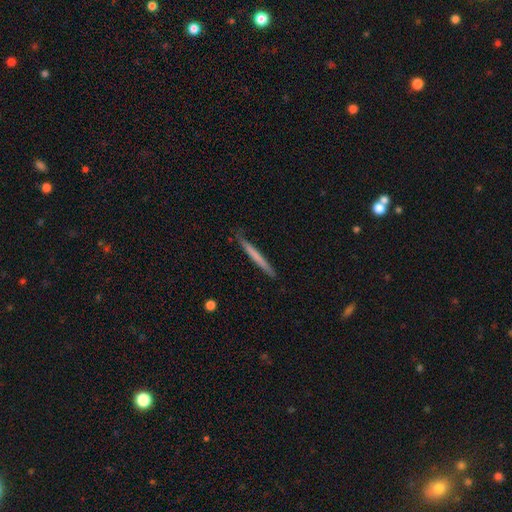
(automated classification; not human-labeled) smooth_or_featured: smooth (p=0.59) [alt: featured or disk p=0.35]
how_rounded: cigar-shaped (p=0.97) [alt: in between p=0.02]
merging: none (p=0.86) [alt: minor disturbance p=0.11]